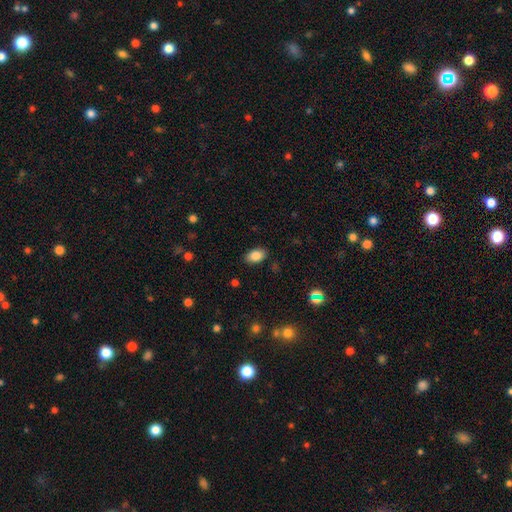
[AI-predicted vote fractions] A smooth galaxy with no disk features (85%) that is in between round and cigar-shaped (88%). Merging: none (86%).